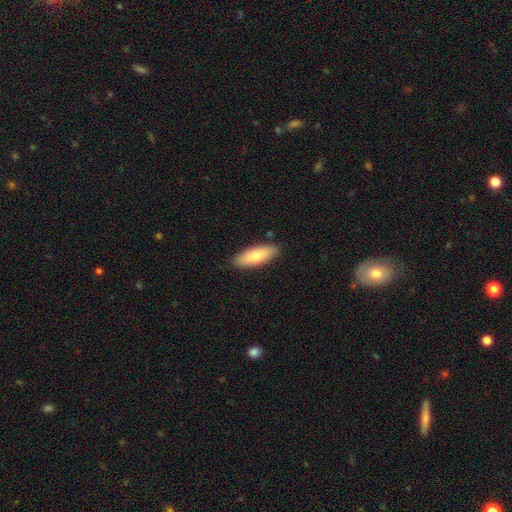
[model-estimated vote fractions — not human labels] Overall: smooth (75%). How rounded: in between (66%; cigar-shaped 32%). Merging: none (88%).